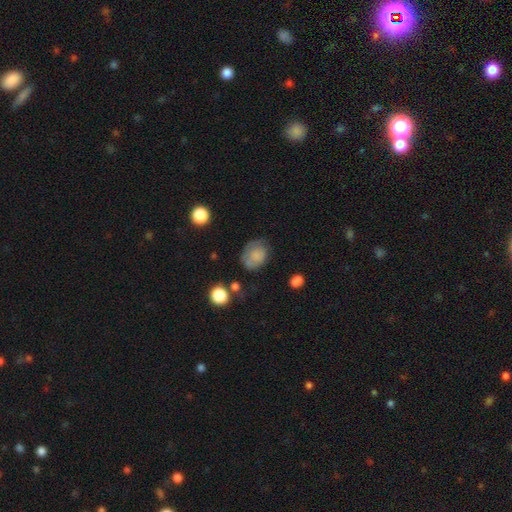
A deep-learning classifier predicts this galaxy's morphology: The model was most divided on "how rounded": in between: 54%, round: 45%, cigar-shaped: 1%. More confident: smooth or featured — smooth (73%); merging — none (55%).